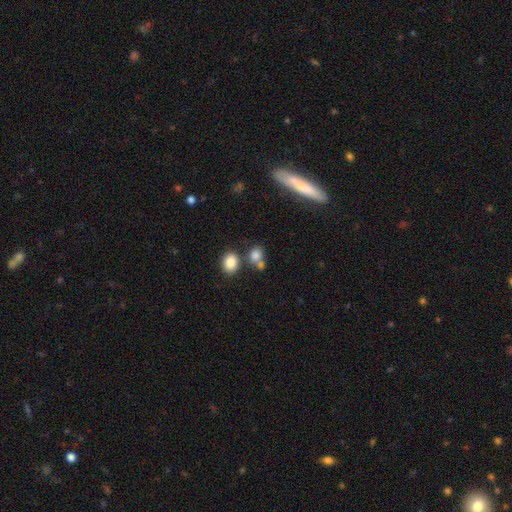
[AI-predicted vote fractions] smooth_or_featured: smooth (p=0.81) [alt: star or artifact p=0.12]
how_rounded: round (p=0.60) [alt: in between p=0.39]
merging: none (p=0.55) [alt: merger p=0.30]